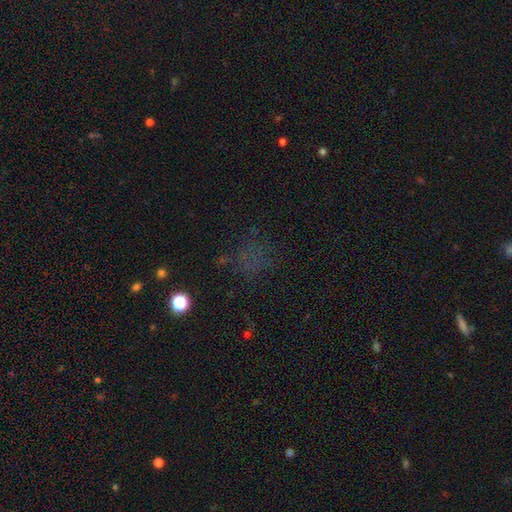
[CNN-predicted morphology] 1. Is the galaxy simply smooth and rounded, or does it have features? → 45% star or artifact, 42% smooth, 13% featured or disk.